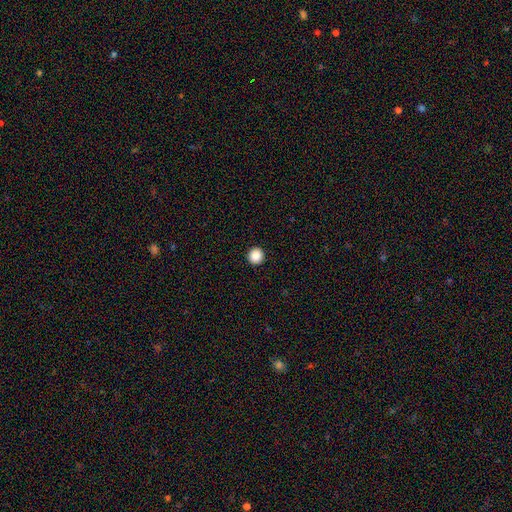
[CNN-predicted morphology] Q: Smooth or featured?
A: smooth (88%); runner-up: star or artifact (10%)
Q: How rounded?
A: round (96%); runner-up: in between (3%)
Q: Merging?
A: none (94%); runner-up: minor disturbance (4%)